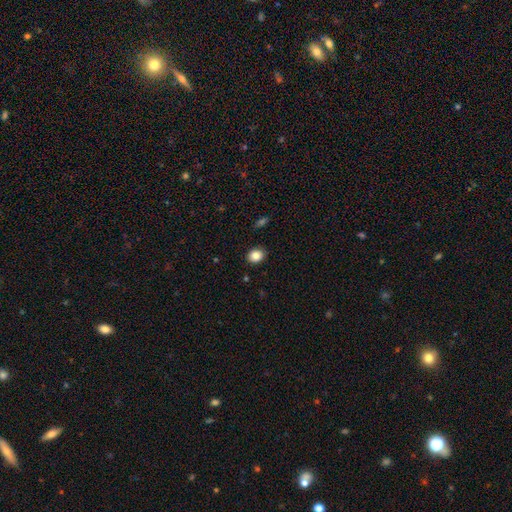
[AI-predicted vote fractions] smooth_or_featured: smooth (p=0.85) [alt: star or artifact p=0.09]
how_rounded: round (p=0.51) [alt: in between p=0.48]
merging: none (p=0.89) [alt: minor disturbance p=0.08]